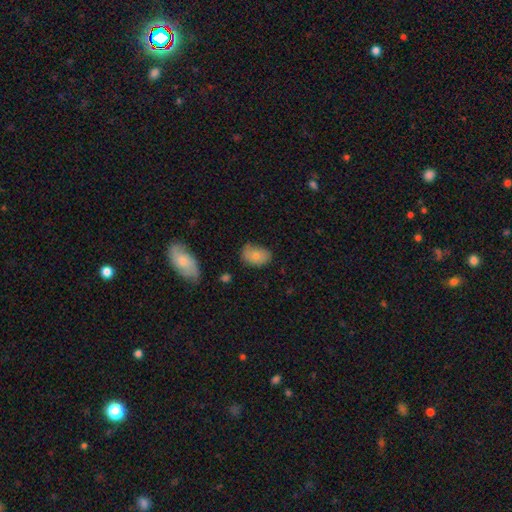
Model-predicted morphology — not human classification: The model was most divided on "merging": none: 61%, minor disturbance: 30%, major disturbance: 7%, merger: 2%. More confident: how rounded — in between (83%); smooth or featured — smooth (77%).